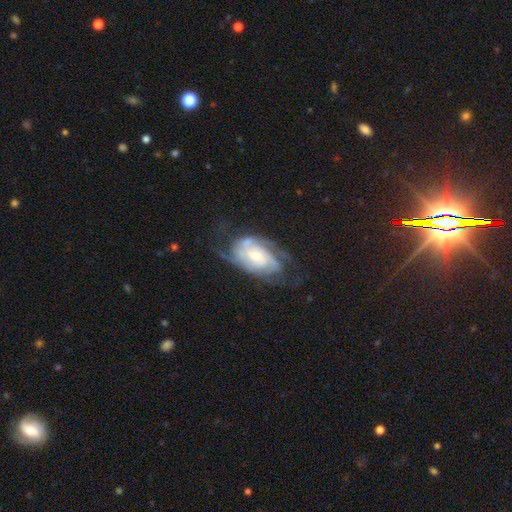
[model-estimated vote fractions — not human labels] Morphology: type=featured or disk (83%); edge-on=no (96%); bar=no (63%); spiral arms=yes (94%); winding=tight (50%); arm count=2 (36%); bulge=moderate (44%); merging=none (57%).